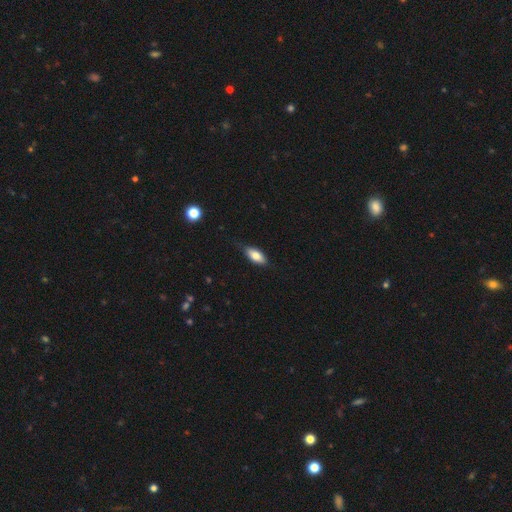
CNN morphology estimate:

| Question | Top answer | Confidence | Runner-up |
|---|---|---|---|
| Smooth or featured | smooth | 77% | featured or disk (16%) |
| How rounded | in between | 84% | cigar-shaped (13%) |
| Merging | none | 78% | minor disturbance (18%) |